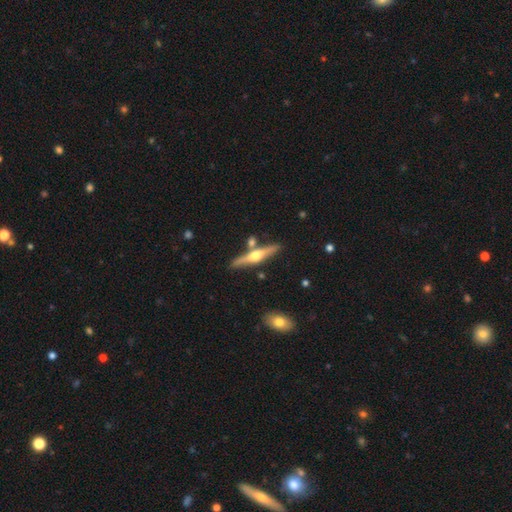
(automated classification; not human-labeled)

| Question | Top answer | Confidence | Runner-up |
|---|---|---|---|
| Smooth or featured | featured or disk | 69% | smooth (25%) |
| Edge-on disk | yes | 97% | no (3%) |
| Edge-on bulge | rounded | 94% | none (3%) |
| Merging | none | 80% | minor disturbance (9%) |